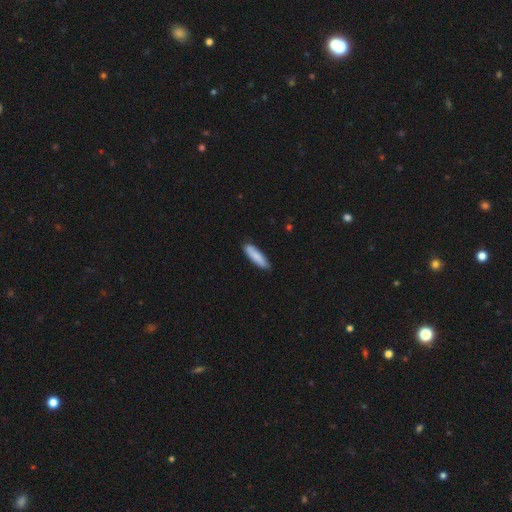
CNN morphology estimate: This appears to be a smooth galaxy with no disk features (84%) that is cigar-shaped (70%). Merging: none (86%).